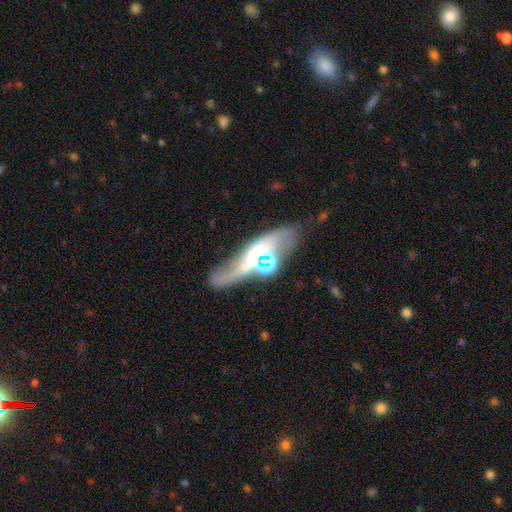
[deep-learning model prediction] A featured or disk galaxy (67%) with no bar (48%), spiral arms (80%) and a small central bulge (41%).

Vote fractions:
- Smooth or featured? featured or disk: 67% / smooth: 21% / star or artifact: 12%
- Edge-on disk? no: 77% / yes: 23%
- Bar? no: 48% / weak: 31% / strong: 21%
- Spiral arms? yes: 80% / no: 20%
- Bulge size? small: 41% / moderate: 36% / none: 12% / large: 8% / dominant: 3%
- Merging? none: 46% / minor disturbance: 21% / major disturbance: 17% / merger: 16%